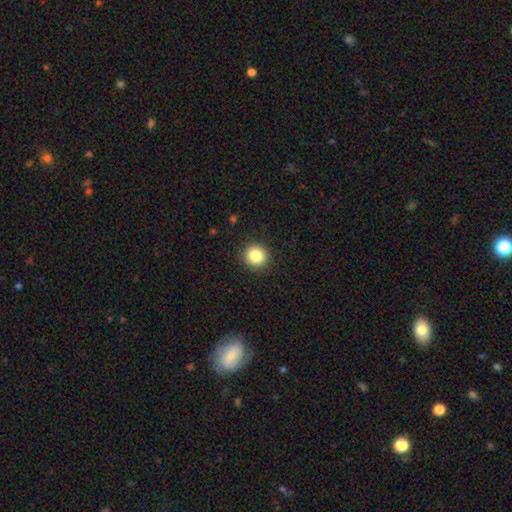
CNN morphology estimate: Q: Smooth or featured?
A: smooth (84%); runner-up: star or artifact (10%)
Q: How rounded?
A: round (93%); runner-up: in between (6%)
Q: Merging?
A: none (91%); runner-up: minor disturbance (6%)